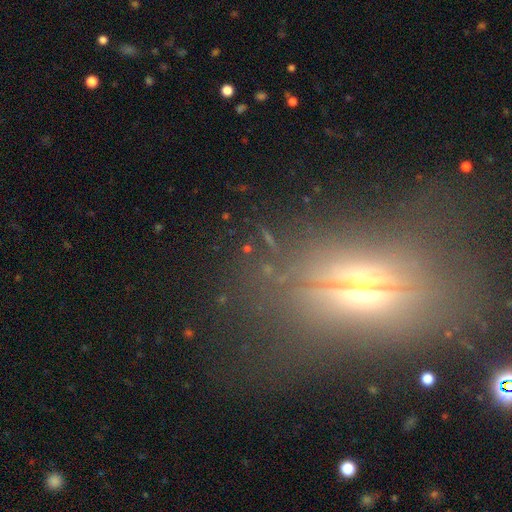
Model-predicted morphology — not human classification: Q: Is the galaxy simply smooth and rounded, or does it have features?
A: featured or disk — 51%.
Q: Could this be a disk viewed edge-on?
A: yes — 64%.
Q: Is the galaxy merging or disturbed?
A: none — 67%.